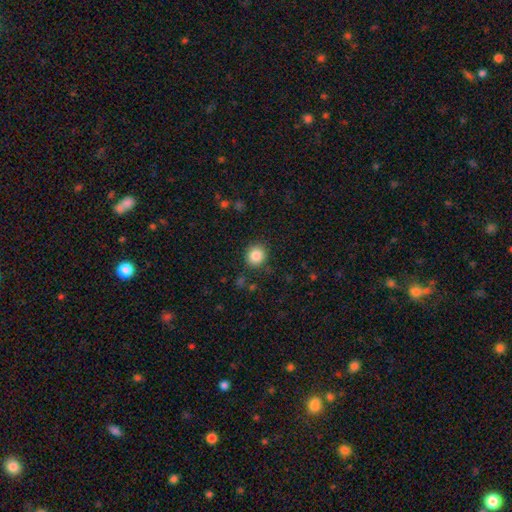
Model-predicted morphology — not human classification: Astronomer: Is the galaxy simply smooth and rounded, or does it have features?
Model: smooth — 86%.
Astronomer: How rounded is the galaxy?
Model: round — 84%.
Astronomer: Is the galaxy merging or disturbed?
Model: none — 87%.